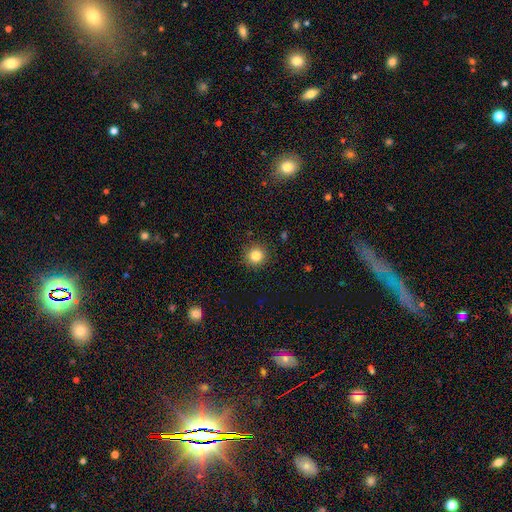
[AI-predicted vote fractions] Smooth or featured? Predicted: smooth (p=0.83). How rounded? Predicted: round (p=0.93). Merging? Predicted: none (p=0.90).